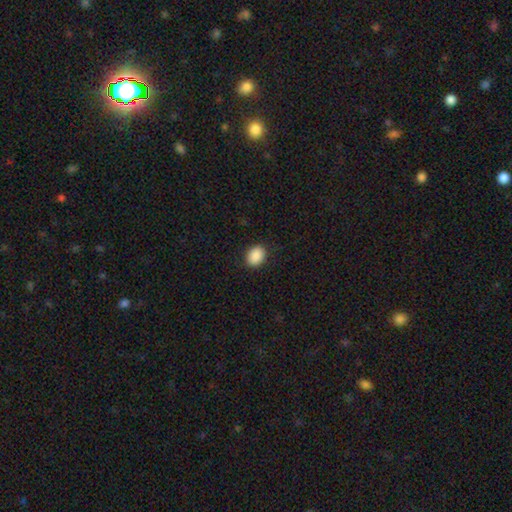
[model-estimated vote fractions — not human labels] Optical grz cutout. It shows a smooth galaxy with no disk features (90%) that is in between round and cigar-shaped (60%). Merging: none (90%).